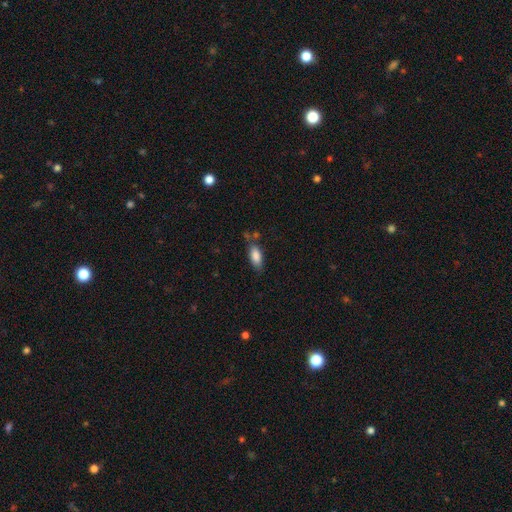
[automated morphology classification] type=smooth (85%); roundness=in between (86%); merging=none (63%).